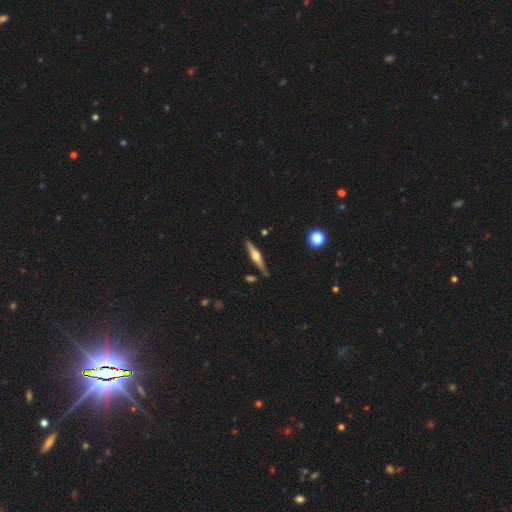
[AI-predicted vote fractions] smooth_or_featured: featured or disk (p=0.72) [alt: smooth p=0.22]
disk_edge_on: yes (p=0.97) [alt: no p=0.03]
edge_on_bulge: rounded (p=0.93) [alt: boxy p=0.05]
merging: none (p=0.86) [alt: minor disturbance p=0.09]